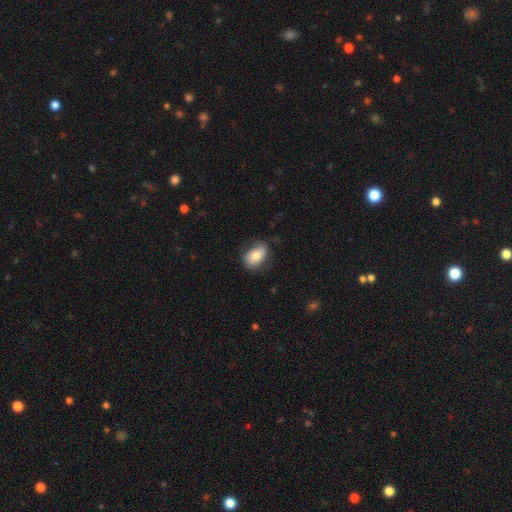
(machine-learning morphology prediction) A smooth galaxy with no disk features (76%) that is in between round and cigar-shaped (85%). Merging: none (69%).